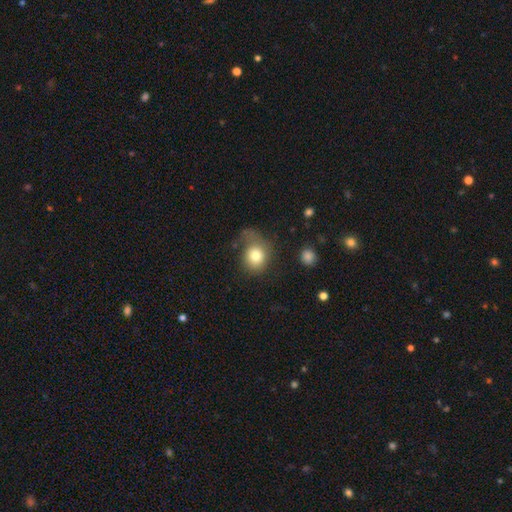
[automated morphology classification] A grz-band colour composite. It shows a smooth galaxy with no disk features (78%) that is round (69%). Merging: none (39%).